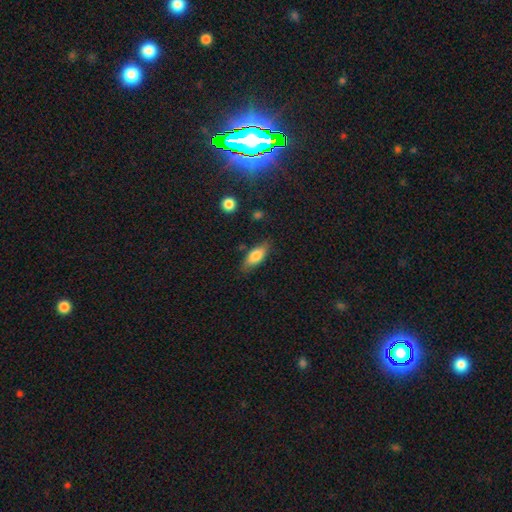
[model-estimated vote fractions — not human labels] smooth 77%, featured or disk 17%, star or artifact 7%. Down the decision tree: how rounded — in between (79%); merging — none (79%).